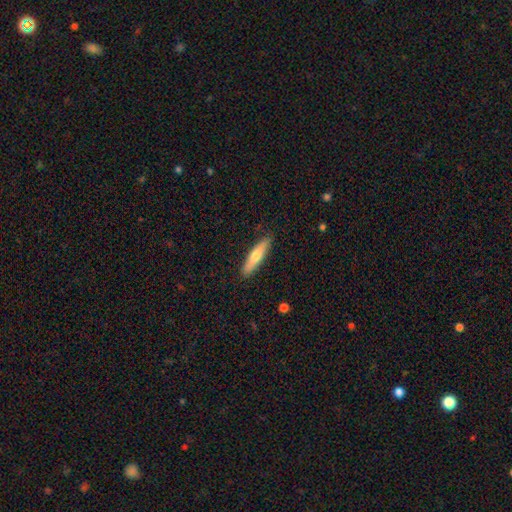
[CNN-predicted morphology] smooth-or-featured: smooth: 64% | featured or disk: 30% | star or artifact: 5%
  how-rounded: cigar-shaped: 82% | in between: 17% | round: 2%
  merging: none: 89% | minor disturbance: 9% | major disturbance: 2% | merger: 1%